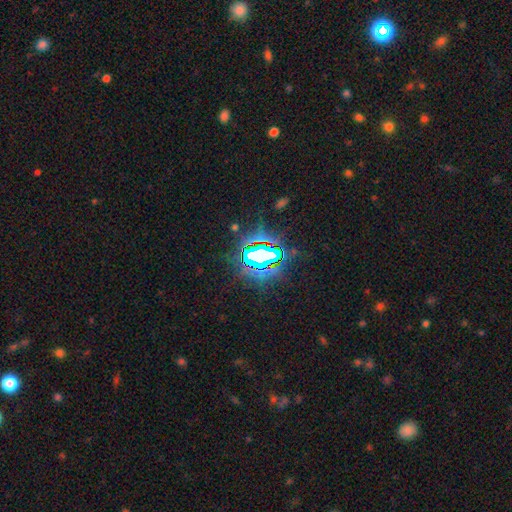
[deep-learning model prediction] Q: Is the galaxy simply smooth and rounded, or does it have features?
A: star or artifact — 75%.